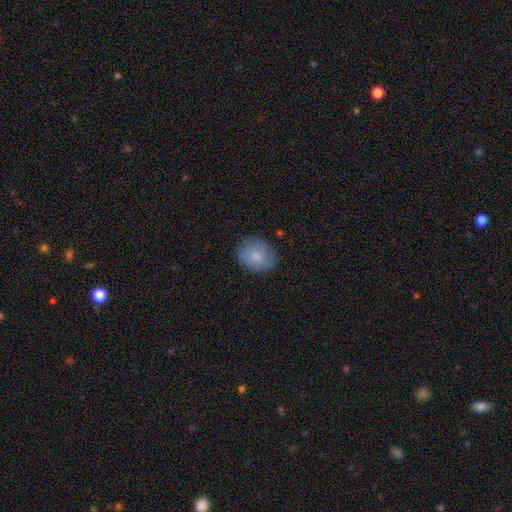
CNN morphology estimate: A smooth galaxy with no disk features (79%) that is round (68%). Merging: none (79%).